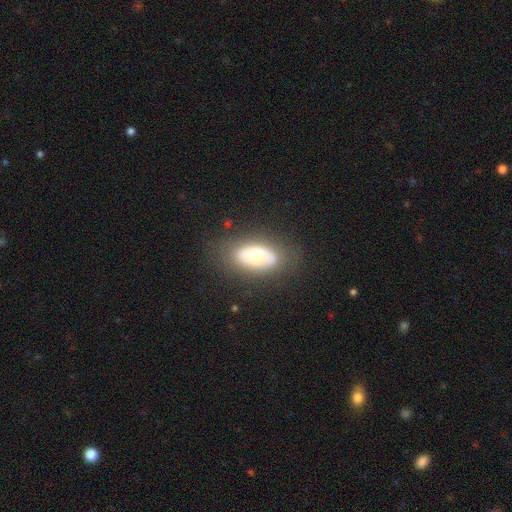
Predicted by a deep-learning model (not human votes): Q: Smooth or featured?
A: smooth (52%); runner-up: featured or disk (40%)
Q: How rounded?
A: in between (89%); runner-up: round (8%)
Q: Merging?
A: none (74%); runner-up: minor disturbance (16%)